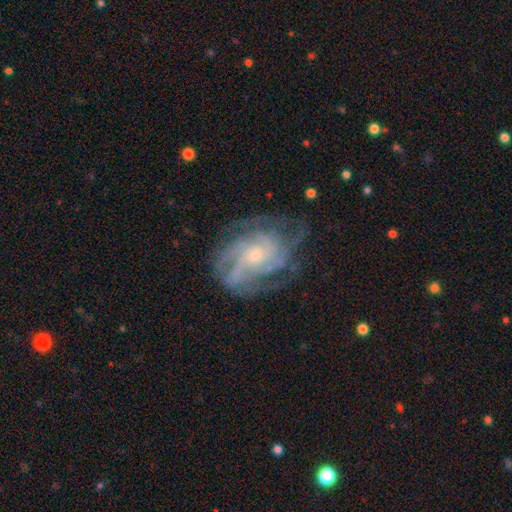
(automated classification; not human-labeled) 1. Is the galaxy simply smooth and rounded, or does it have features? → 83% featured or disk, 9% star or artifact, 8% smooth.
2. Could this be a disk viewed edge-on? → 97% no, 3% yes.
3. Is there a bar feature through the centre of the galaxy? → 64% no, 29% weak, 7% strong.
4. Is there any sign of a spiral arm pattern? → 95% yes, 5% no.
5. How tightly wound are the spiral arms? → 57% tight, 34% medium, 9% loose.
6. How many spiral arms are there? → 30% can't tell, 22% 4, 20% 3, 11% 2, 10% more than 4, 7% 1.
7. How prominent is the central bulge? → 58% small, 36% moderate, 3% none, 3% large, 1% dominant.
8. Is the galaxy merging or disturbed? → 71% none, 18% minor disturbance, 10% major disturbance, 1% merger.